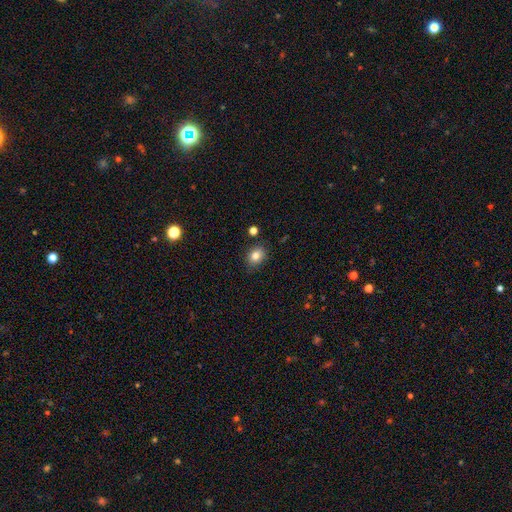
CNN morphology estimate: Smooth or featured? Predicted: smooth (p=0.81). How rounded? Predicted: in between (p=0.51). Merging? Predicted: none (p=0.83).